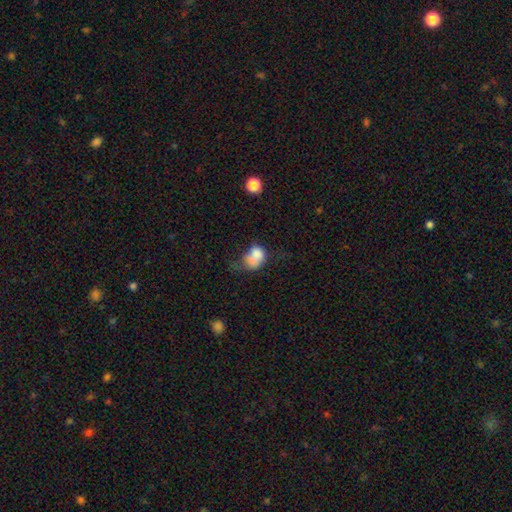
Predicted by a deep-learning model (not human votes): Smooth or featured? Predicted: smooth (p=0.72). How rounded? Predicted: in between (p=0.60). Merging? Predicted: merger (p=0.41).